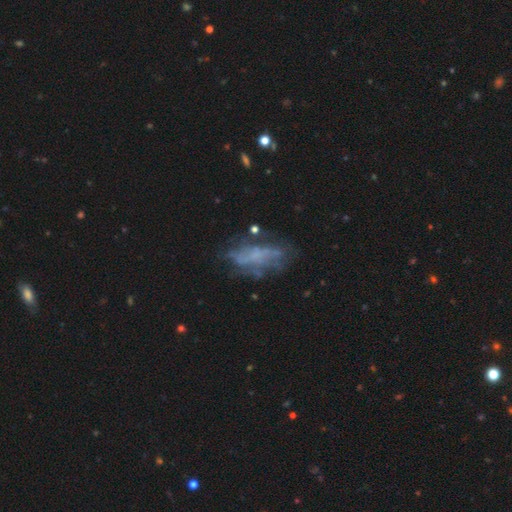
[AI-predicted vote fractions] A featured or disk galaxy (57%). Merging: none (54%).